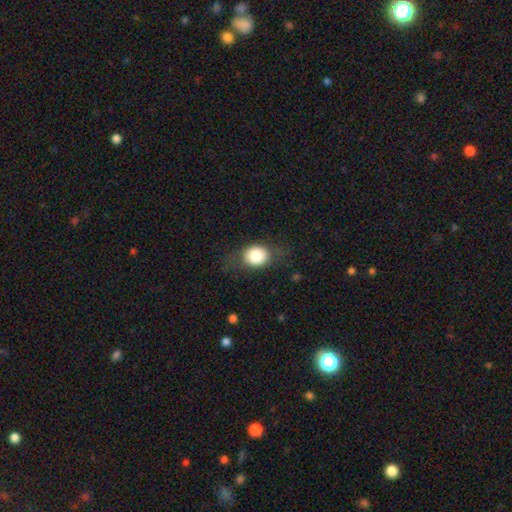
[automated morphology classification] A smooth galaxy with no disk features (78%) that is round (59%). Merging: none (70%).